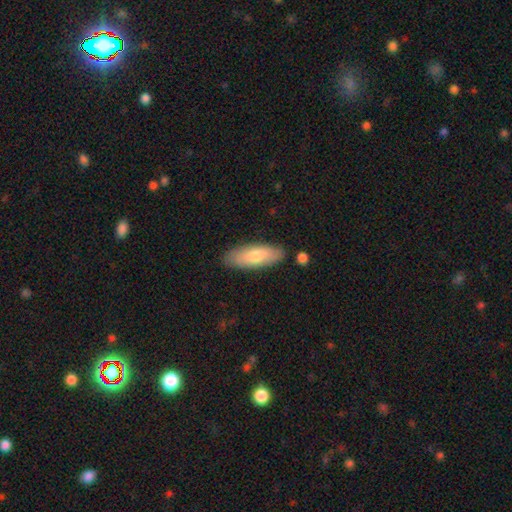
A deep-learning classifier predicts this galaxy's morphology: type=smooth (73%); roundness=in between (64%); merging=none (83%).